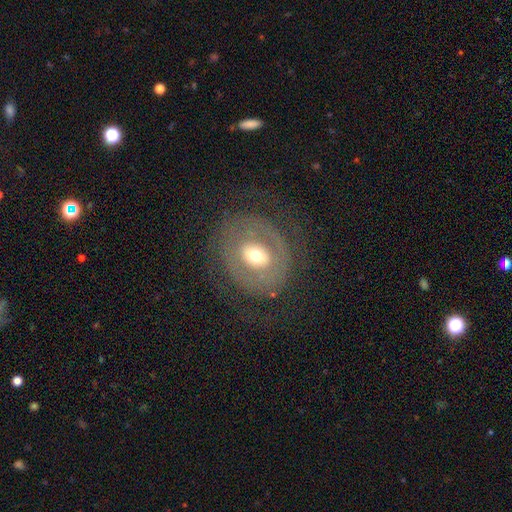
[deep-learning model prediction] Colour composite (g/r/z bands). It shows a featured or disk galaxy (57%) with no bar (61%), no spiral arms (68%) and a moderate central bulge (65%). Merging: none (69%).